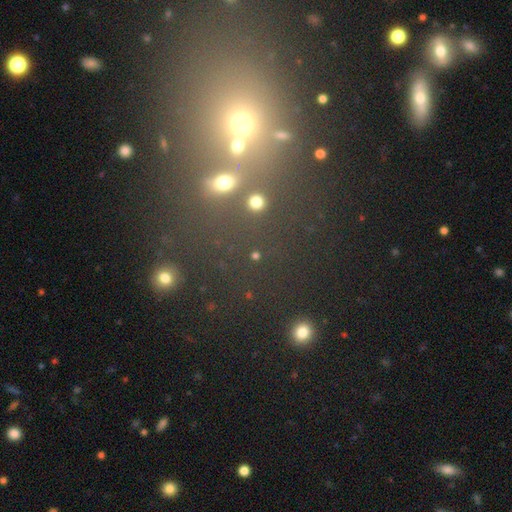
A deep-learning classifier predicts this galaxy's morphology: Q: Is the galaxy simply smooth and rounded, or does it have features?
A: star or artifact — 50%.